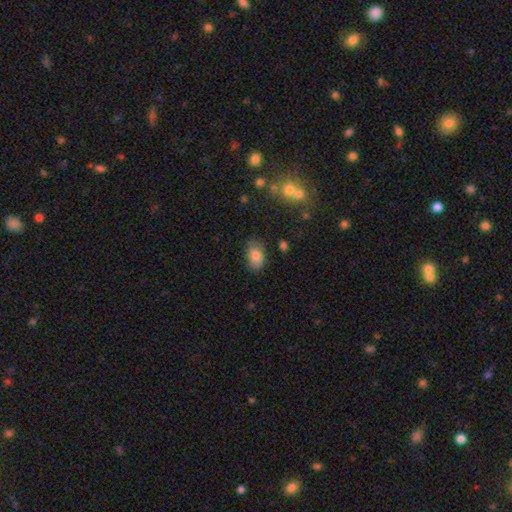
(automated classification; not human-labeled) smooth 83%, star or artifact 9%, featured or disk 8%. Down the decision tree: how rounded — in between (89%); merging — none (78%).